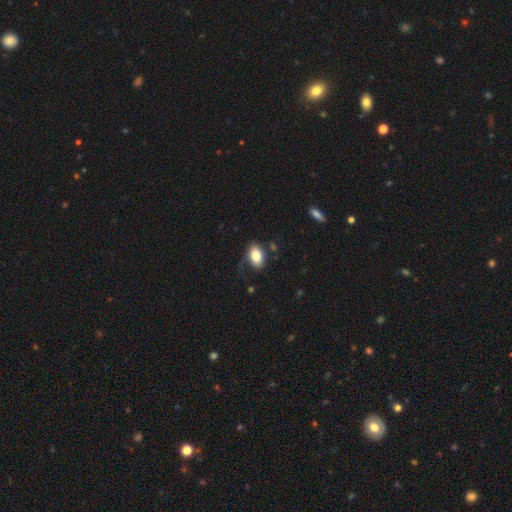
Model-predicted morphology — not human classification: Smooth or featured: smooth — 80% (featured or disk — 13%)
How rounded: in between — 89% (round — 9%)
Merging: none — 62% (minor disturbance — 22%)